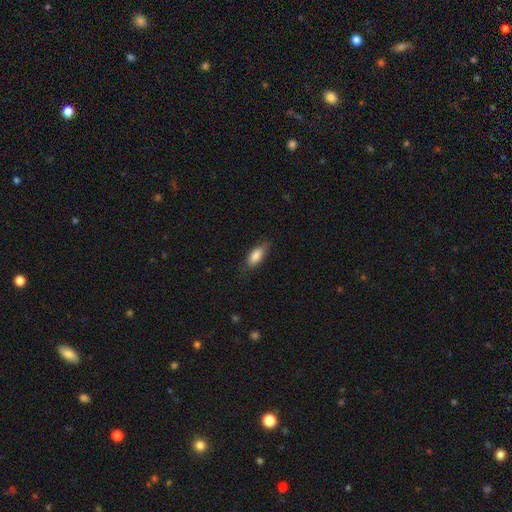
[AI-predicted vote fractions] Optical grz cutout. It shows a smooth galaxy with no disk features (84%) that is in between round and cigar-shaped (82%). Merging: none (77%).